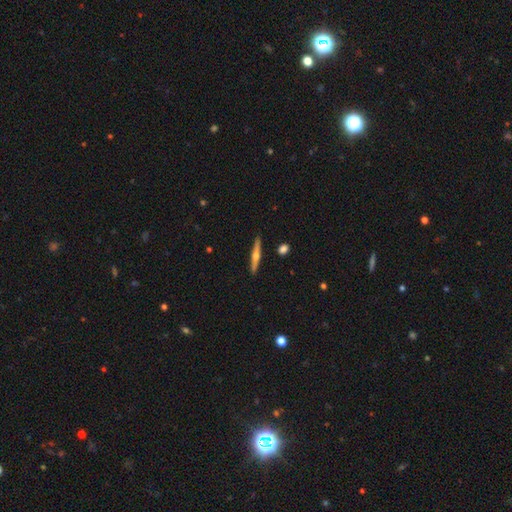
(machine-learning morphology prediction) A featured or disk galaxy (66%) viewed edge-on (97%) with a rounded central bulge (91%).

Vote fractions:
- Smooth or featured? featured or disk: 66% / smooth: 29% / star or artifact: 6%
- Edge-on disk? yes: 97% / no: 3%
- Edge-on bulge? rounded: 91% / none: 6% / boxy: 3%
- Merging? none: 91% / minor disturbance: 6% / merger: 2% / major disturbance: 1%